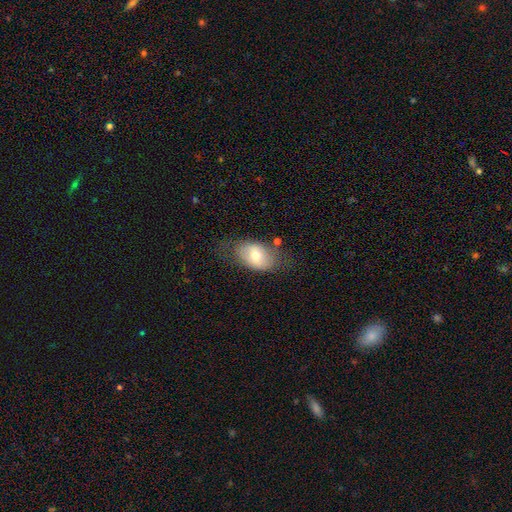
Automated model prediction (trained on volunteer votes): Morphology: type=smooth (65%); roundness=in between (87%); merging=none (63%).